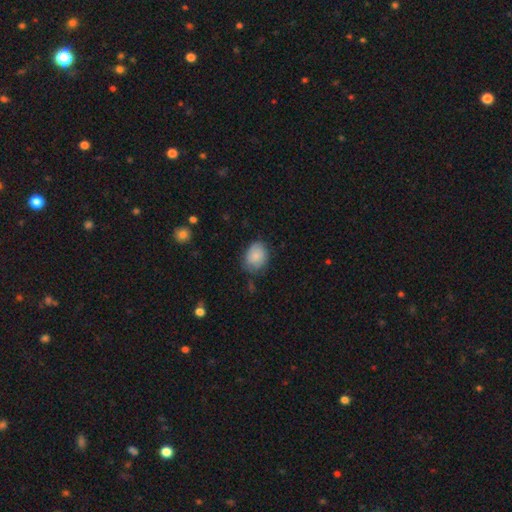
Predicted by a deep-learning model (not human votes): A smooth galaxy with no disk features (78%) that is in between round and cigar-shaped (53%). Merging: none (65%).